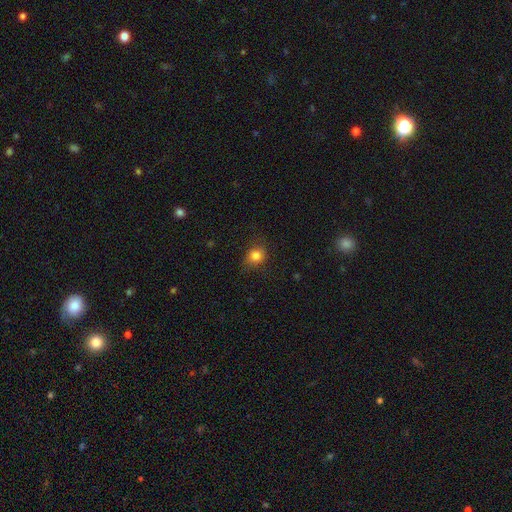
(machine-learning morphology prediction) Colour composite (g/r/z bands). It shows a smooth galaxy with no disk features (82%) that is round (65%). Merging: none (79%).